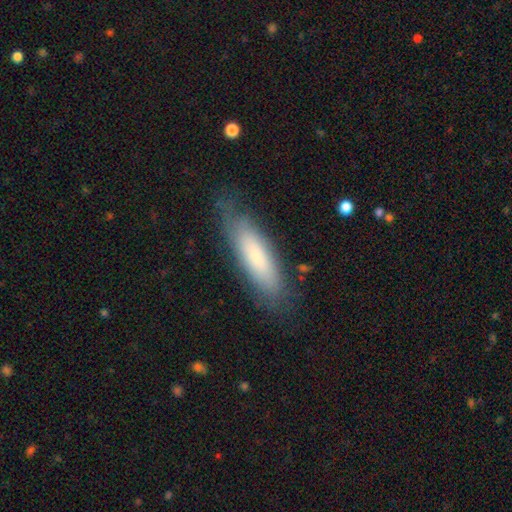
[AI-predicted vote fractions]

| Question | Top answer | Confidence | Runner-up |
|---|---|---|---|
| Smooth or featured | smooth | 67% | featured or disk (26%) |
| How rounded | cigar-shaped | 53% | in between (46%) |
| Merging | none | 73% | minor disturbance (19%) |